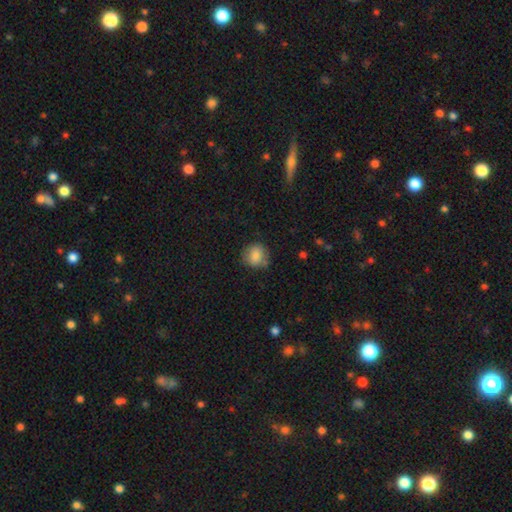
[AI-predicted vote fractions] Smooth or featured: smooth — 82% (featured or disk — 9%)
How rounded: round — 79% (in between — 20%)
Merging: none — 75% (minor disturbance — 18%)